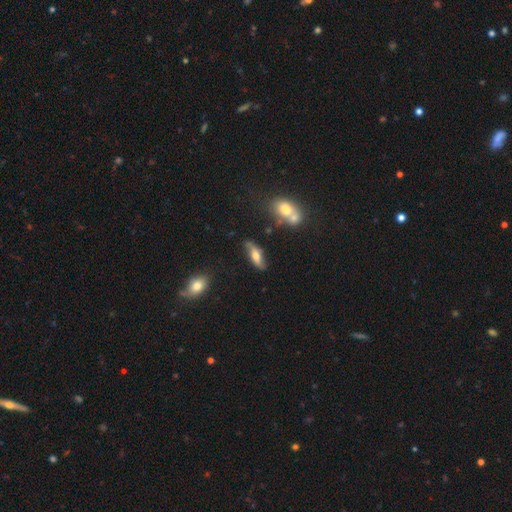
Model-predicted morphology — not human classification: Smooth or featured?
  - featured or disk: 51% *
  - smooth: 42%
  - star or artifact: 8%
Edge-on disk?
  - no: 52% *
  - yes: 48%
Merging?
  - none: 73% *
  - minor disturbance: 18%
  - major disturbance: 5%
  - merger: 4%